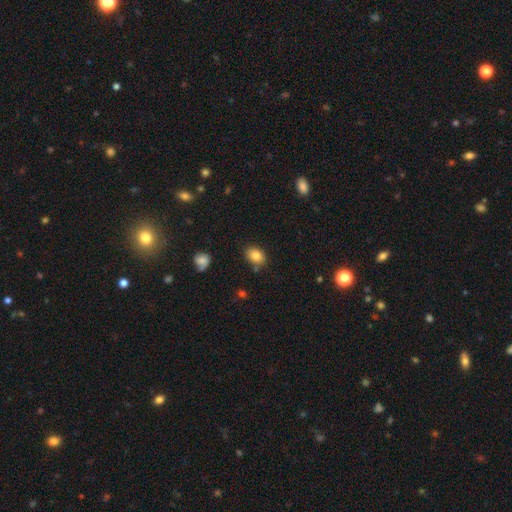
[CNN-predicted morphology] type=smooth (83%); roundness=in between (67%); merging=none (76%).